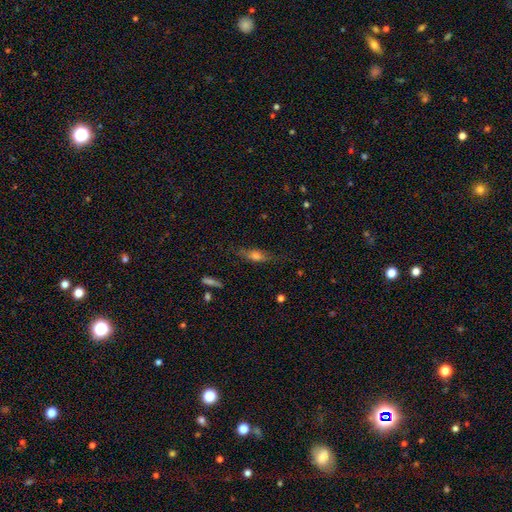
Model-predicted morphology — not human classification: type=smooth (50%); roundness=cigar-shaped (55%); merging=none (72%).